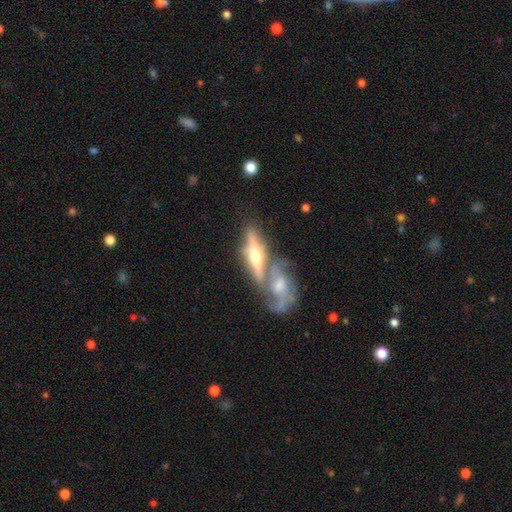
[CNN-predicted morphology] The model was most divided on "merging": merger: 44%, none: 40%, minor disturbance: 11%, major disturbance: 6%. More confident: edge-on bulge — rounded (92%); edge-on disk — yes (82%); smooth or featured — featured or disk (71%).